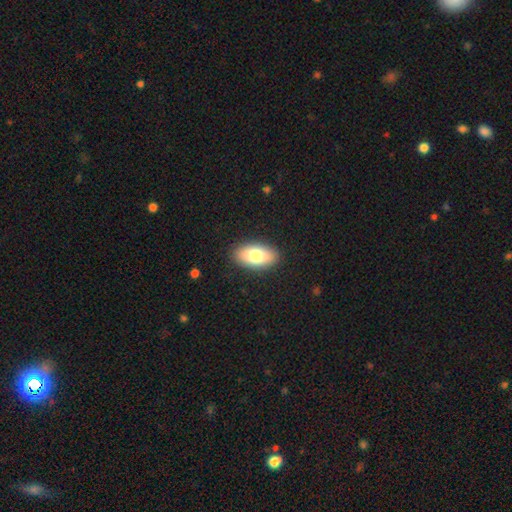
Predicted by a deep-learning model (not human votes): Smooth or featured: smooth — 79% (featured or disk — 14%)
How rounded: in between — 93% (cigar-shaped — 4%)
Merging: none — 89% (minor disturbance — 8%)